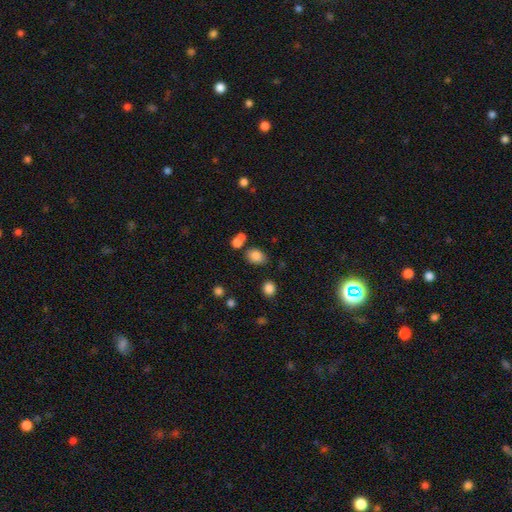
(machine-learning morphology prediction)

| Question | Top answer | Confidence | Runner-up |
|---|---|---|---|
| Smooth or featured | smooth | 82% | star or artifact (12%) |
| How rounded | in between | 67% | round (32%) |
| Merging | none | 66% | merger (16%) |